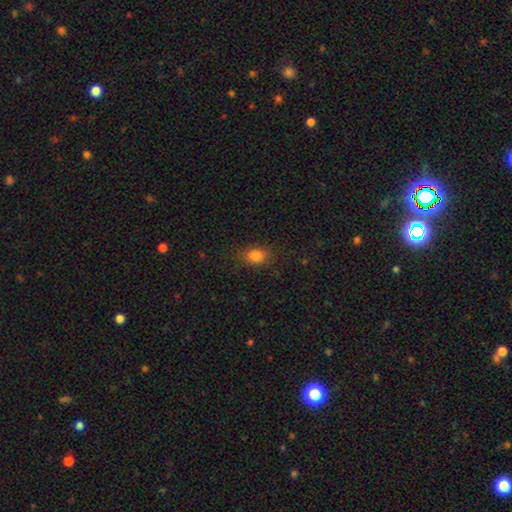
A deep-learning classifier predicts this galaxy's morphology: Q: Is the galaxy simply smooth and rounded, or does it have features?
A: smooth — 82%.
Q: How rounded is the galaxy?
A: in between — 56%.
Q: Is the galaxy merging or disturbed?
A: none — 82%.